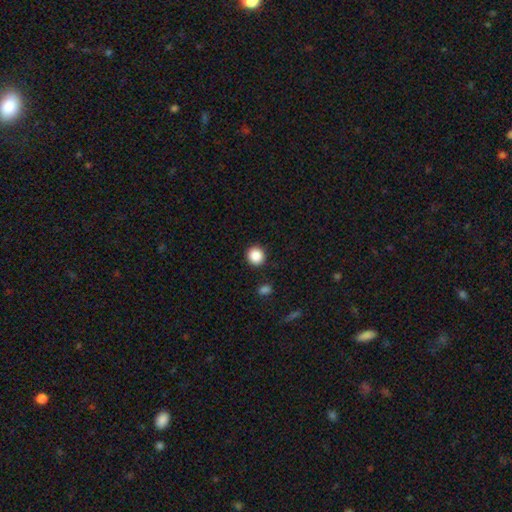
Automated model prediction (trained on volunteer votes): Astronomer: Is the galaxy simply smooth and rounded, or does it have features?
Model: smooth — 88%.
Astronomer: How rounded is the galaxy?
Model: round — 91%.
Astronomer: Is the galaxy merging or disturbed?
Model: none — 91%.